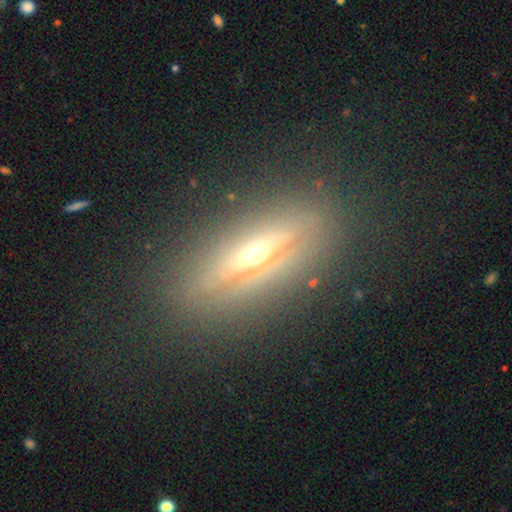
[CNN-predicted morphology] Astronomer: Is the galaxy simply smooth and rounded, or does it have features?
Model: featured or disk — 71%.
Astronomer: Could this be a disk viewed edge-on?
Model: yes — 85%.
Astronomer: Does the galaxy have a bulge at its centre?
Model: rounded — 91%.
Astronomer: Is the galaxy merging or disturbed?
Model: none — 83%.